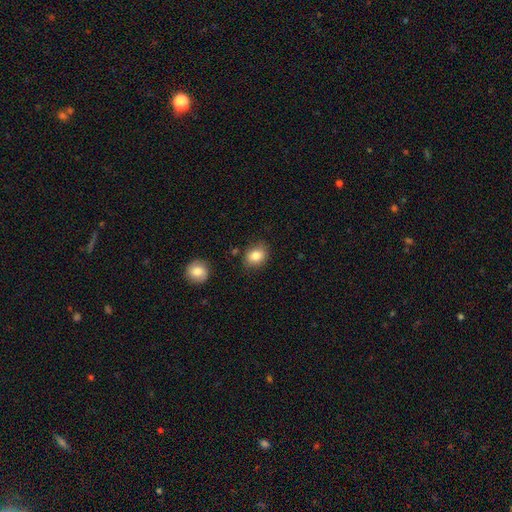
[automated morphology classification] type=smooth (83%); roundness=round (50%); merging=none (79%).